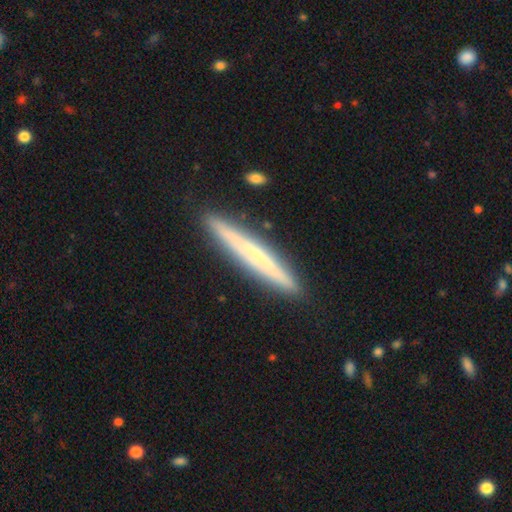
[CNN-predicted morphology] A featured or disk galaxy (57%) viewed edge-on (96%) with no central bulge (66%). Merging: none (90%).